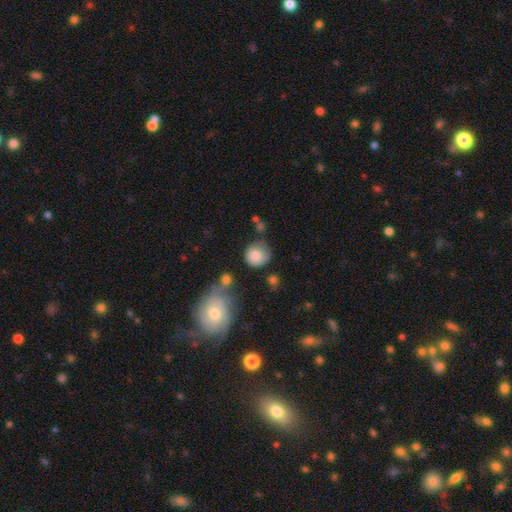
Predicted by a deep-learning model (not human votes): Smooth or featured? smooth (81%)
How rounded? round (84%)
Merging? none (55%)